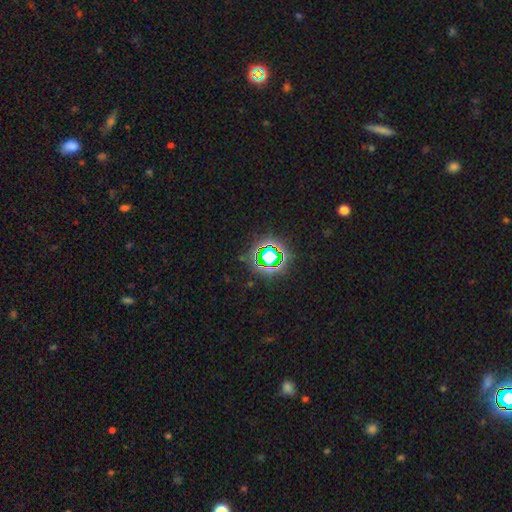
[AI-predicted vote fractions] star or artifact 77%, smooth 14%, featured or disk 9%.